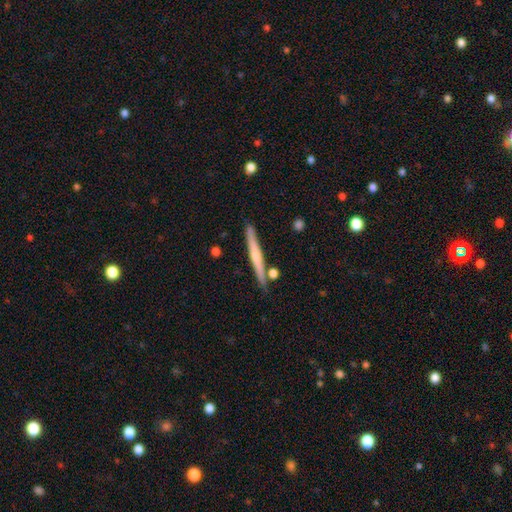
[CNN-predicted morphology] type=featured or disk (59%); edge-on=yes (97%); edge-on bulge=rounded (54%); merging=none (85%).